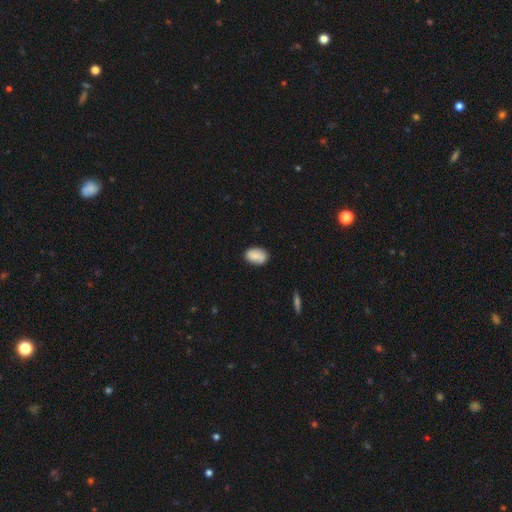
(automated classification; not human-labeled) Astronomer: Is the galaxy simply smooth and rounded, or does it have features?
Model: smooth — 86%.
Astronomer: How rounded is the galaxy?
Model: in between — 88%.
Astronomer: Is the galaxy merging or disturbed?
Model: none — 82%.